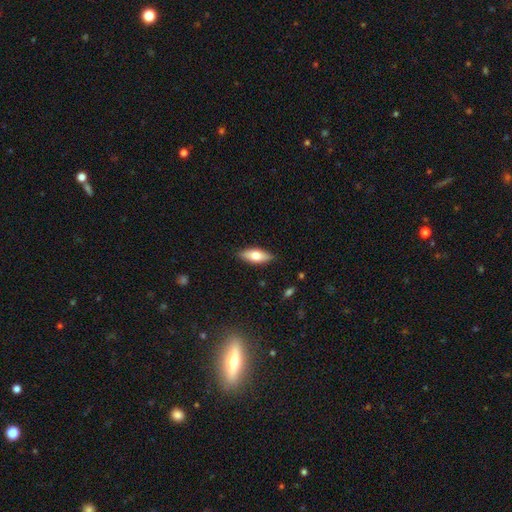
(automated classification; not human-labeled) A smooth galaxy with no disk features (69%) that is in between round and cigar-shaped (74%). Merging: none (87%).